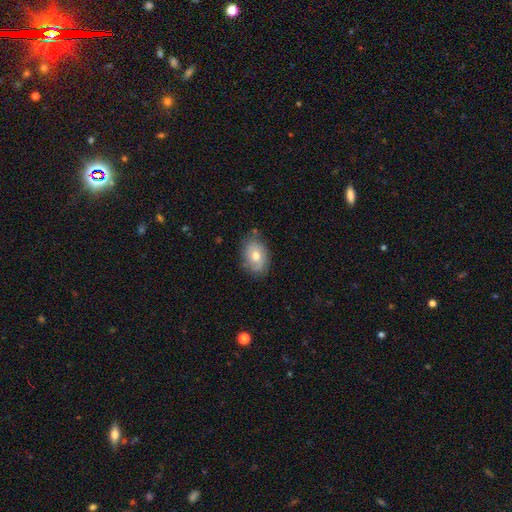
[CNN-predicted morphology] Smooth or featured? smooth (62%)
How rounded? in between (81%)
Merging? none (75%)